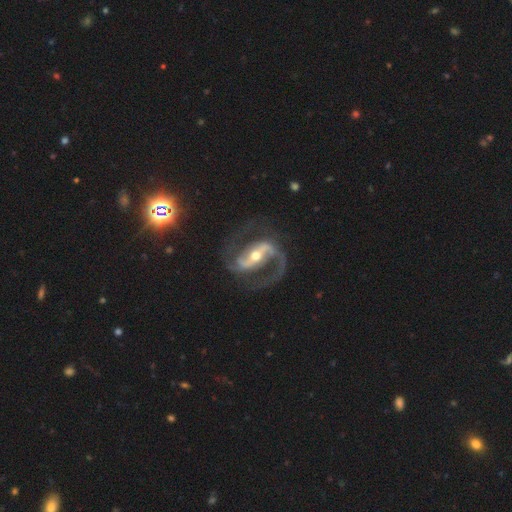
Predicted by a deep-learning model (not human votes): Smooth or featured? Predicted: featured or disk (p=0.92). Edge-on disk? Predicted: no (p=0.97). Bar? Predicted: strong (p=0.60). Spiral arms? Predicted: yes (p=0.97). Spiral winding? Predicted: medium (p=0.59). Spiral arm count? Predicted: 2 (p=0.91). Bulge size? Predicted: moderate (p=0.62). Merging? Predicted: none (p=0.74).